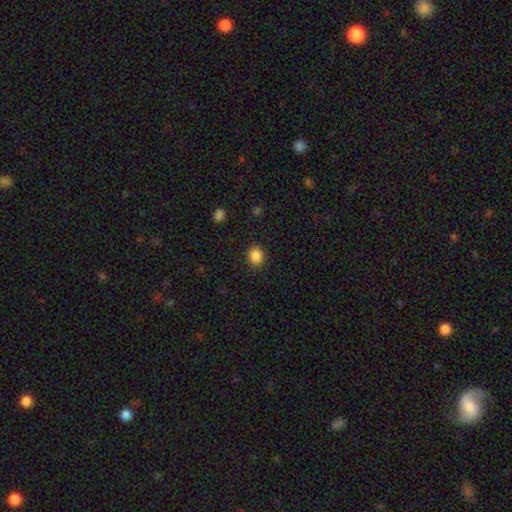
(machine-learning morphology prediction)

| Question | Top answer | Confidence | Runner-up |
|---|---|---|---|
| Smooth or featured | smooth | 87% | star or artifact (9%) |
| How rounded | round | 65% | in between (34%) |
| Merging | none | 89% | minor disturbance (8%) |